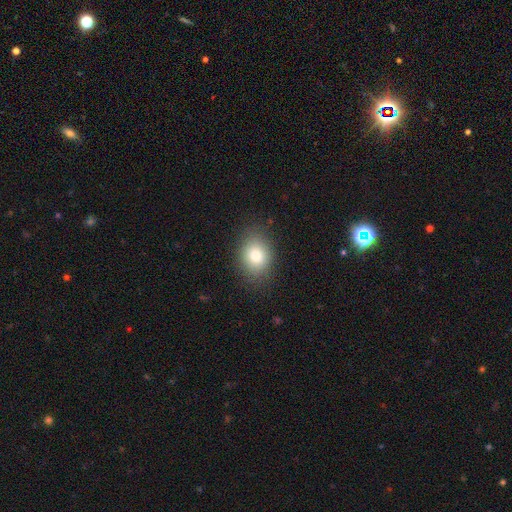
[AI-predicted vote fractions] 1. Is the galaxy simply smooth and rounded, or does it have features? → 80% smooth, 10% star or artifact, 10% featured or disk.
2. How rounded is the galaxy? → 63% in between, 36% round, 1% cigar-shaped.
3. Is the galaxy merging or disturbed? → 84% none, 11% minor disturbance, 4% major disturbance, 1% merger.